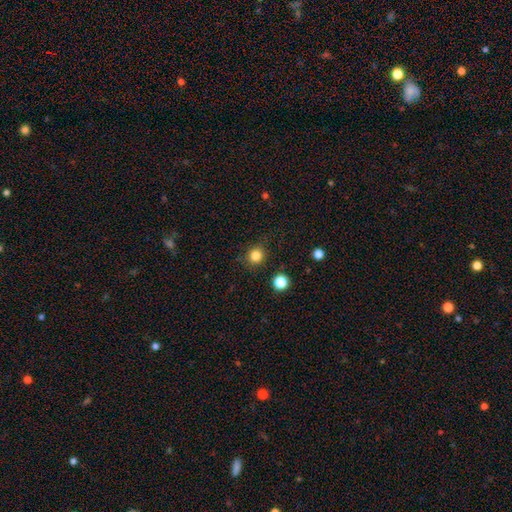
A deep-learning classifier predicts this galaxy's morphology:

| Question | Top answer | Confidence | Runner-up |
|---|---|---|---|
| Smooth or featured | smooth | 83% | star or artifact (13%) |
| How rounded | round | 91% | in between (8%) |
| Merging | none | 87% | minor disturbance (8%) |